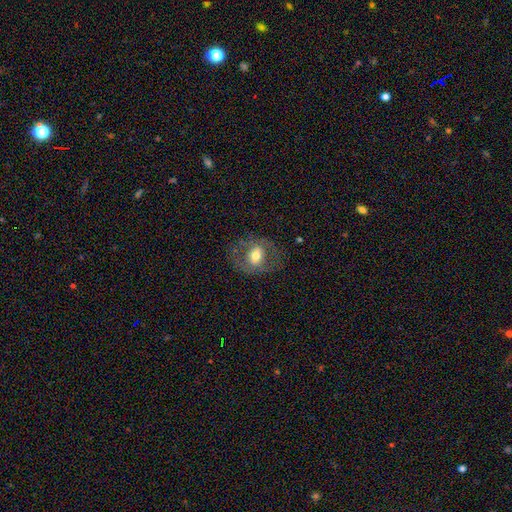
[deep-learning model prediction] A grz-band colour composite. It shows a smooth galaxy with no disk features (46%, tied with featured or disk). Merging: none (68%).